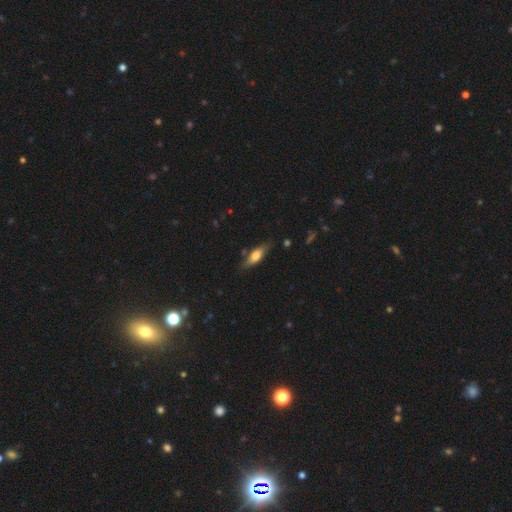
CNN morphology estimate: This is likely a smooth galaxy (62%). How rounded: possibly in between (55%). Merging: likely none (74%).